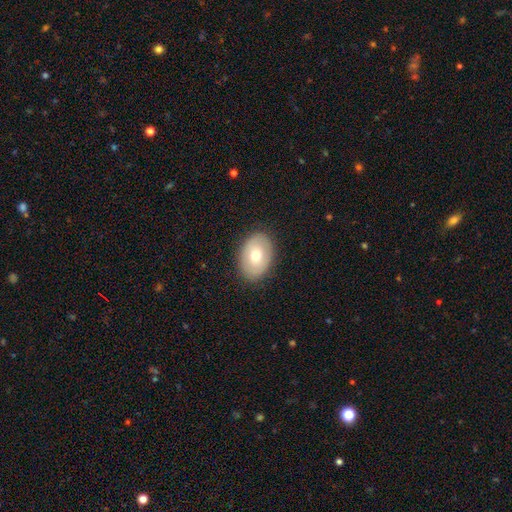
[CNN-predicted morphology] Overall: smooth (67%). How rounded: in between (77%). Merging: none (87%).